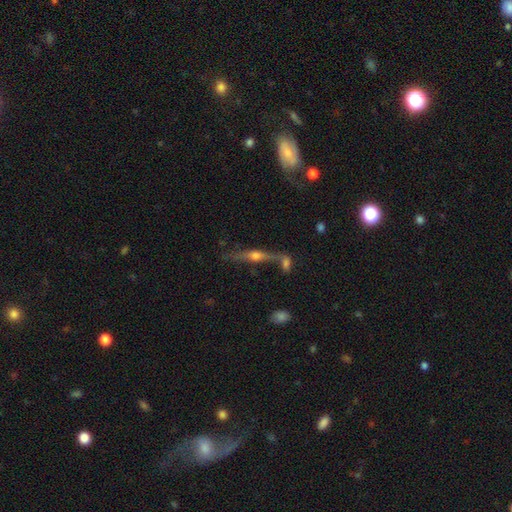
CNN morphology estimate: The model was most divided on "merging": none: 64%, merger: 18%, minor disturbance: 13%, major disturbance: 5%. More confident: edge-on disk — yes (95%); edge-on bulge — rounded (93%); smooth or featured — featured or disk (75%).